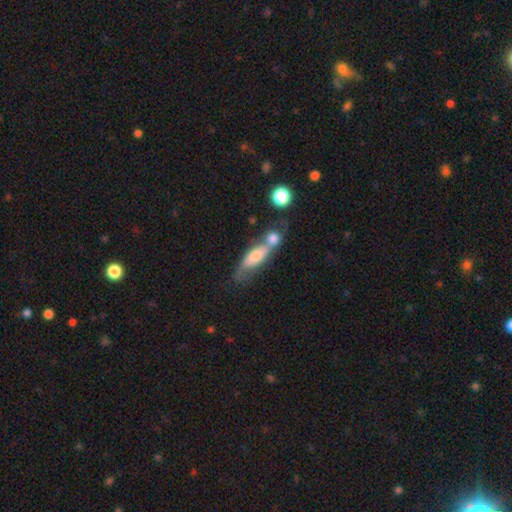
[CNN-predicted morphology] This is possibly a smooth galaxy (55%). How rounded: possibly in between (56%). Merging: possibly merger (53%).